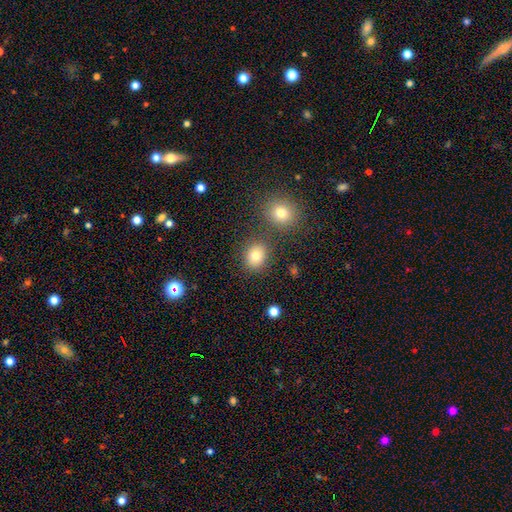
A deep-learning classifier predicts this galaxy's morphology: smooth 79%, star or artifact 14%, featured or disk 7%. Down the decision tree: how rounded — round (69%); merging — none (81%).